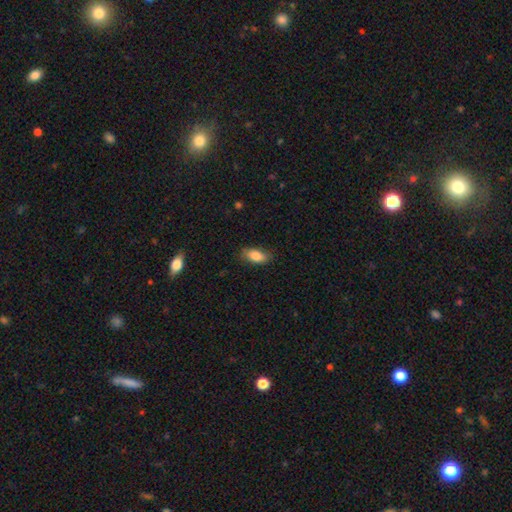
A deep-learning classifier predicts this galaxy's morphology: Smooth or featured? Predicted: smooth (p=0.84). How rounded? Predicted: in between (p=0.89). Merging? Predicted: none (p=0.80).